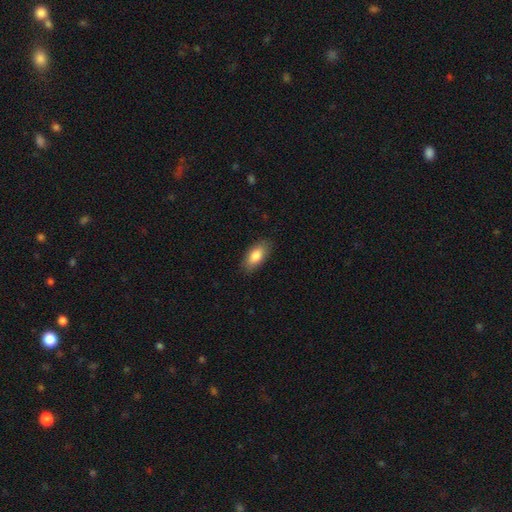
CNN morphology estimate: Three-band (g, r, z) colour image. It shows a smooth galaxy with no disk features (83%) that is in between round and cigar-shaped (88%). Merging: none (86%).